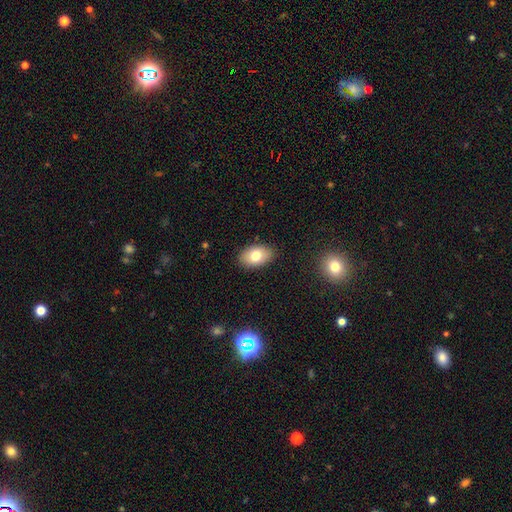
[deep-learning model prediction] Morphology: type=smooth (77%); roundness=in between (90%); merging=none (87%).